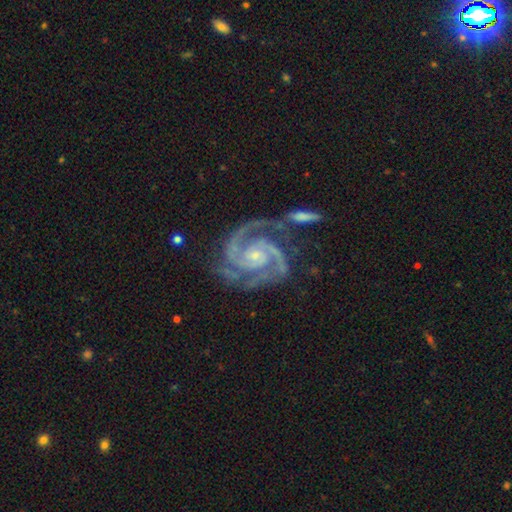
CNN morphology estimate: A featured or disk galaxy (94%) with no bar (62%), 2 (66%) tight (60%) spiral arms (99%) and a small central bulge (77%).

Vote fractions:
- Smooth or featured? featured or disk: 94% / star or artifact: 4% / smooth: 2%
- Edge-on disk? no: 98% / yes: 2%
- Bar? no: 62% / weak: 26% / strong: 12%
- Spiral arms? yes: 99% / no: 1%
- Spiral winding? tight: 60% / medium: 37% / loose: 4%
- Spiral arm count? 2: 66% / 3: 23% / 4: 3% / can't tell: 3% / more than 4: 2% / 1: 2%
- Bulge size? small: 77% / moderate: 17% / none: 3% / large: 1% / dominant: 1%
- Merging? none: 62% / minor disturbance: 19% / merger: 10% / major disturbance: 8%